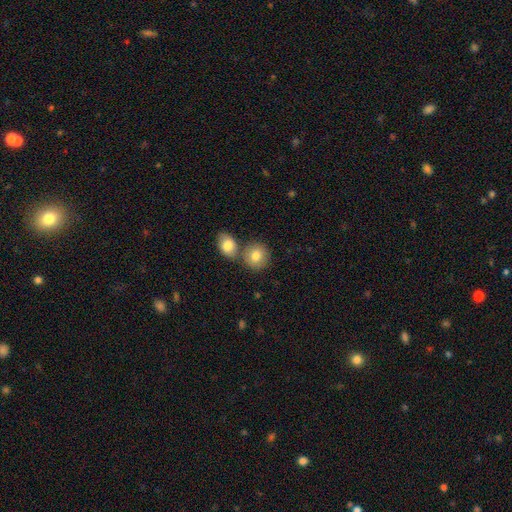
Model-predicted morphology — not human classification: Overall: smooth (82%). How rounded: round (81%). Merging: none (59%; merger 30%).